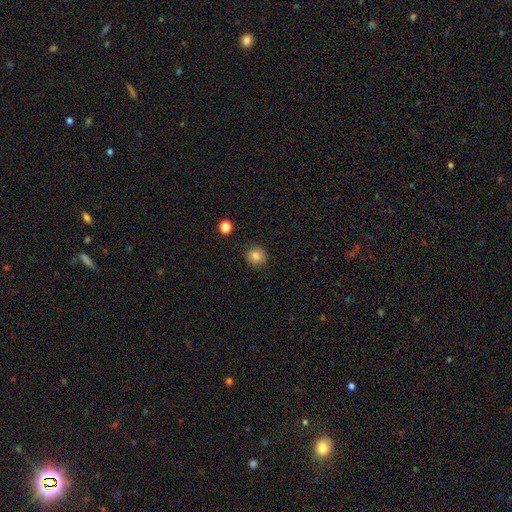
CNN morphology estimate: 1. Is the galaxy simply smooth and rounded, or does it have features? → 84% smooth, 10% star or artifact, 5% featured or disk.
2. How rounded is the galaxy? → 86% round, 13% in between, 1% cigar-shaped.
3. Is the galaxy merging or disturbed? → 89% none, 8% minor disturbance, 2% major disturbance, 1% merger.